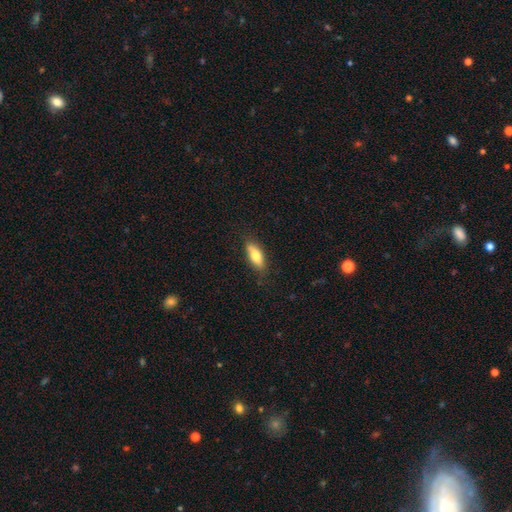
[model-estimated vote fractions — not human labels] Morphology: type=smooth (72%); roundness=in between (66%); merging=none (80%).